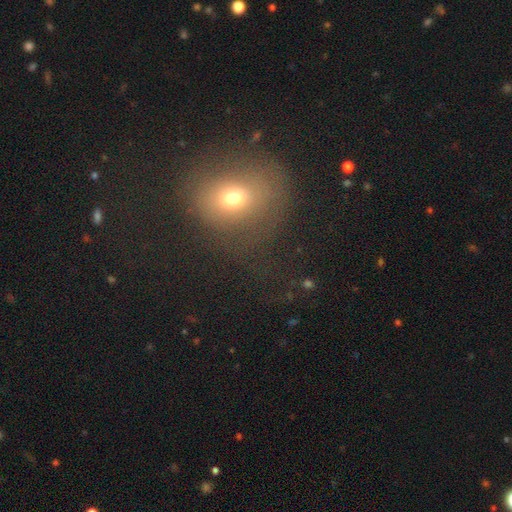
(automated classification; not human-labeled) Smooth or featured: smooth — 58% (star or artifact — 28%)
How rounded: round — 65% (in between — 33%)
Merging: none — 65% (minor disturbance — 18%)